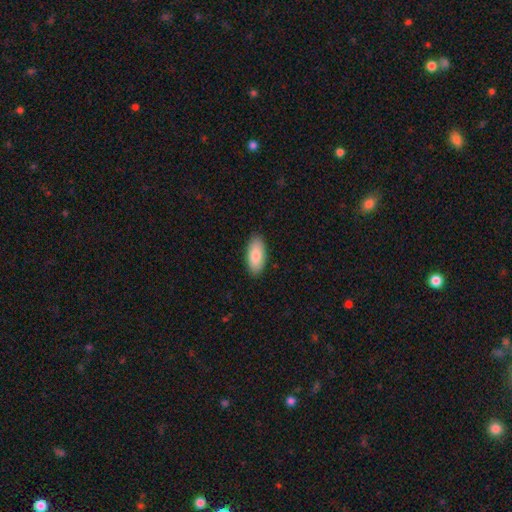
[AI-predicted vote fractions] smooth_or_featured: smooth (p=0.85) [alt: featured or disk p=0.09]
how_rounded: in between (p=0.89) [alt: cigar-shaped p=0.09]
merging: none (p=0.88) [alt: minor disturbance p=0.09]